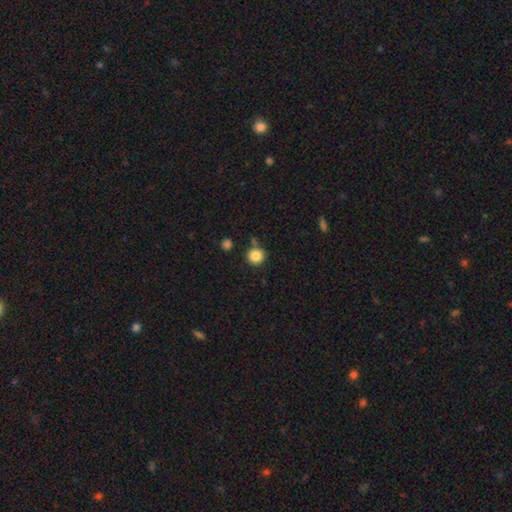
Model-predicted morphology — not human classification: This appears to be a smooth galaxy with no disk features (85%) that is round (94%). Merging: none (79%).